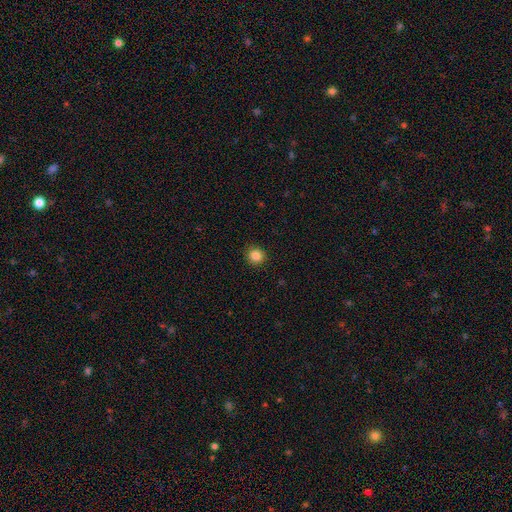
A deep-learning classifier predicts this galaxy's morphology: type=smooth (85%); roundness=round (92%); merging=none (92%).